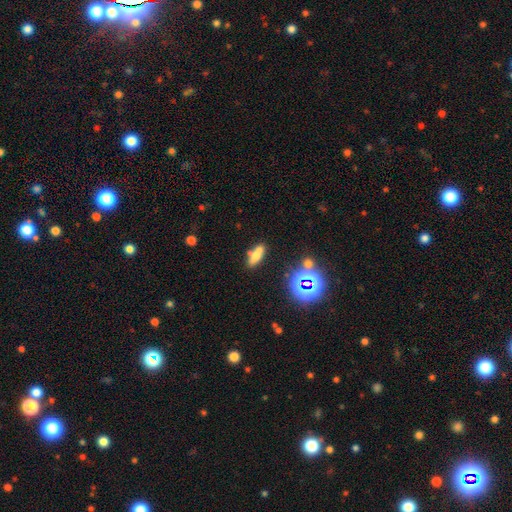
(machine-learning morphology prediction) type=smooth (55%); roundness=in between (64%); merging=none (55%).